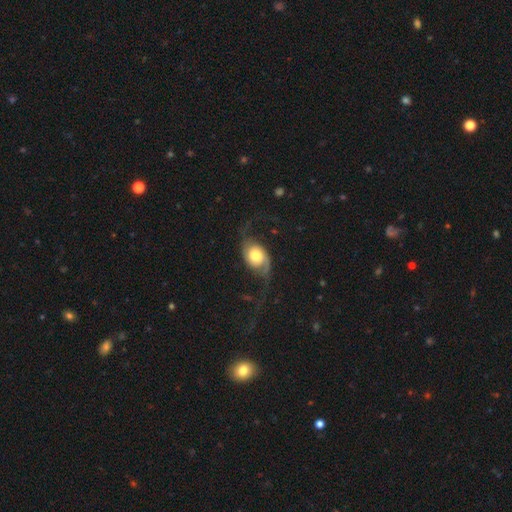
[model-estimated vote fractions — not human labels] smooth_or_featured: featured or disk (p=0.71) [alt: smooth p=0.23]
disk_edge_on: no (p=0.96) [alt: yes p=0.04]
bar: no (p=0.74) [alt: weak p=0.20]
has_spiral_arms: yes (p=0.91) [alt: no p=0.09]
spiral_winding: loose (p=0.77) [alt: medium p=0.18]
spiral_arm_count: 2 (p=0.88) [alt: 1 p=0.06]
bulge_size: moderate (p=0.54) [alt: large p=0.22]
merging: none (p=0.51) [alt: major disturbance p=0.29]